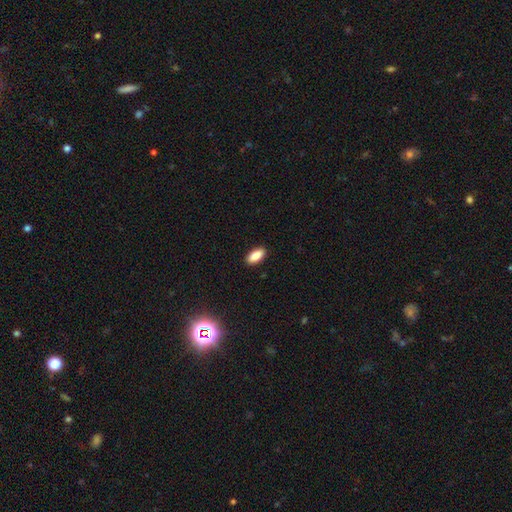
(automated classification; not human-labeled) Smooth or featured: smooth — 86% (star or artifact — 7%)
How rounded: in between — 87% (cigar-shaped — 10%)
Merging: none — 90% (minor disturbance — 7%)